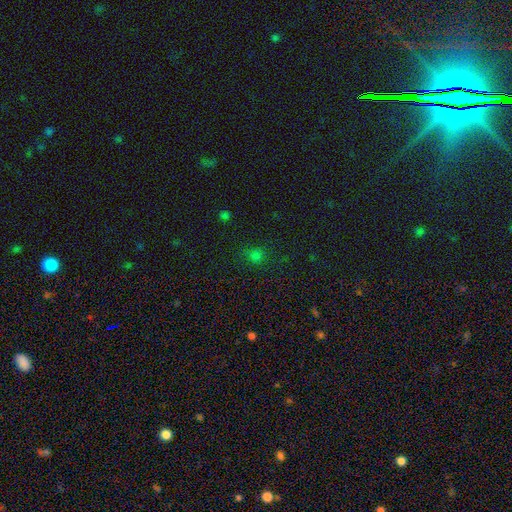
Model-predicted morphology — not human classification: smooth-or-featured: smooth: 65% | star or artifact: 30% | featured or disk: 5%
  how-rounded: round: 83% | in between: 16% | cigar-shaped: 1%
  merging: none: 79% | minor disturbance: 13% | major disturbance: 5% | merger: 3%